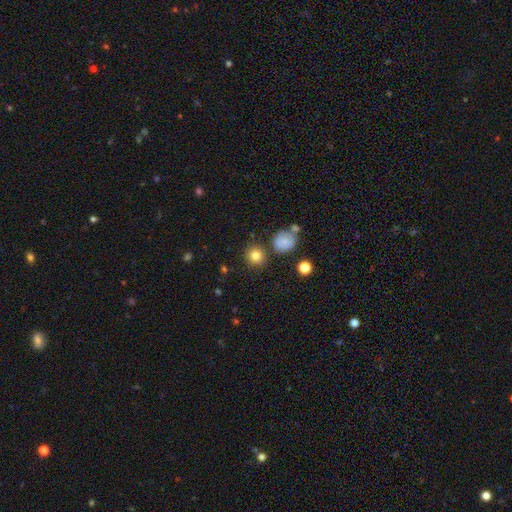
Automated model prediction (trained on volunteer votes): Overall: smooth (82%). How rounded: round (89%). Merging: none (81%).